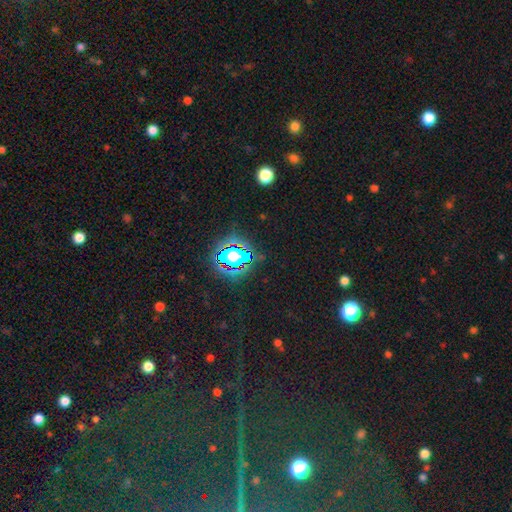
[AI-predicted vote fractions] A star or artifact, not a galaxy (78%).

Vote fractions:
- Smooth or featured? star or artifact: 78% / smooth: 14% / featured or disk: 7%